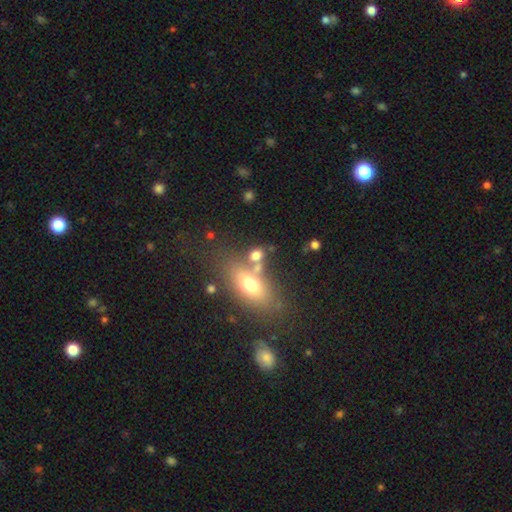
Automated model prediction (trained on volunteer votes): Smooth or featured? smooth (69%)
How rounded? in between (58%)
Merging? none (54%)